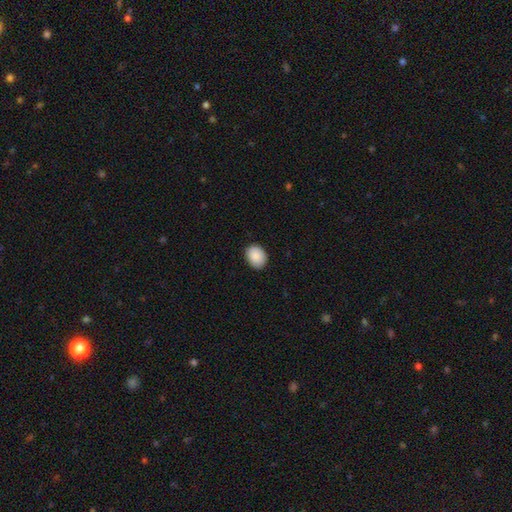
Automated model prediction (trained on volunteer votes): smooth 90%, star or artifact 7%, featured or disk 4%. Down the decision tree: how rounded — in between (60%); merging — none (87%).